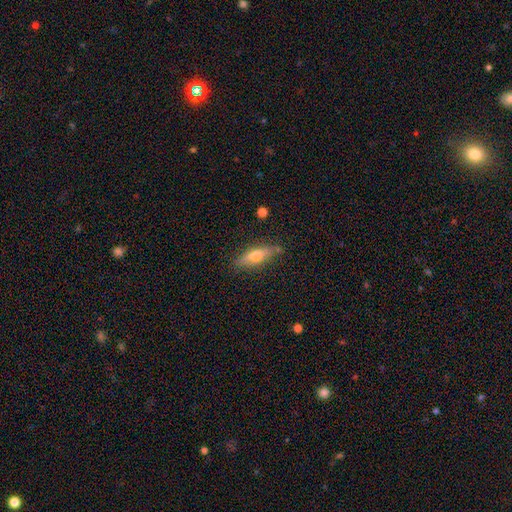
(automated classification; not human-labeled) smooth-or-featured: featured or disk: 47% | smooth: 45% | star or artifact: 7%
  merging: none: 83% | minor disturbance: 12% | major disturbance: 3% | merger: 2%